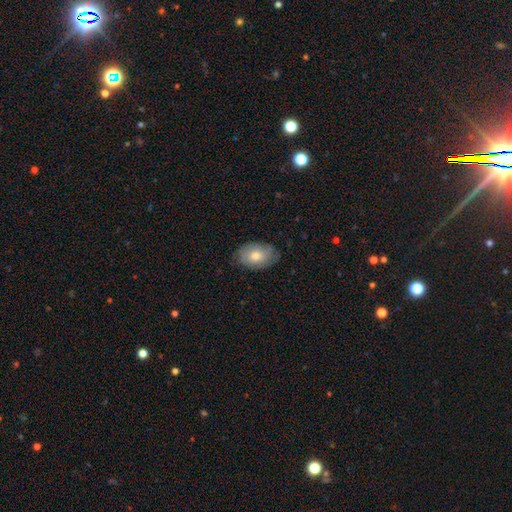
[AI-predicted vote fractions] Smooth or featured?
  - smooth: 70% *
  - featured or disk: 22%
  - star or artifact: 7%
How rounded?
  - in between: 87% *
  - round: 12%
  - cigar-shaped: 1%
Merging?
  - none: 79% *
  - minor disturbance: 17%
  - major disturbance: 3%
  - merger: 1%